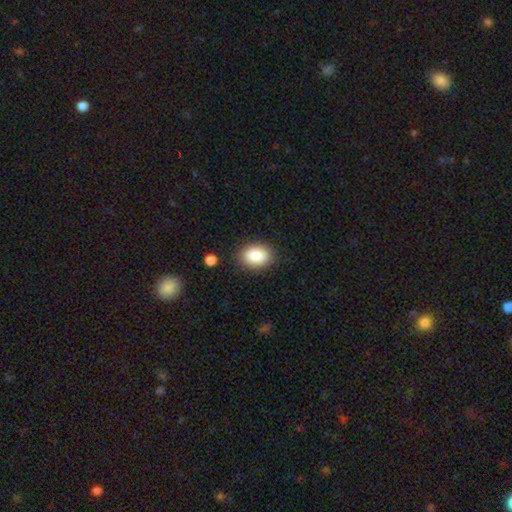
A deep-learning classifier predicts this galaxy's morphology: Smooth or featured?
  - smooth: 88% *
  - star or artifact: 7%
  - featured or disk: 4%
How rounded?
  - in between: 79% *
  - round: 20%
  - cigar-shaped: 1%
Merging?
  - none: 86% *
  - minor disturbance: 10%
  - major disturbance: 3%
  - merger: 2%